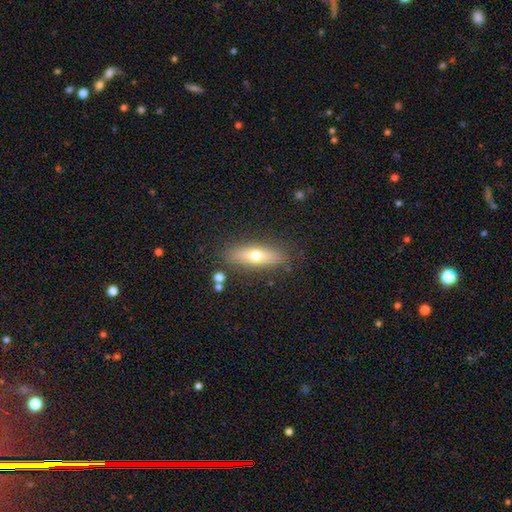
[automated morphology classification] smooth 59%, featured or disk 33%, star or artifact 7%. Down the decision tree: how rounded — cigar-shaped (53%); merging — none (85%).